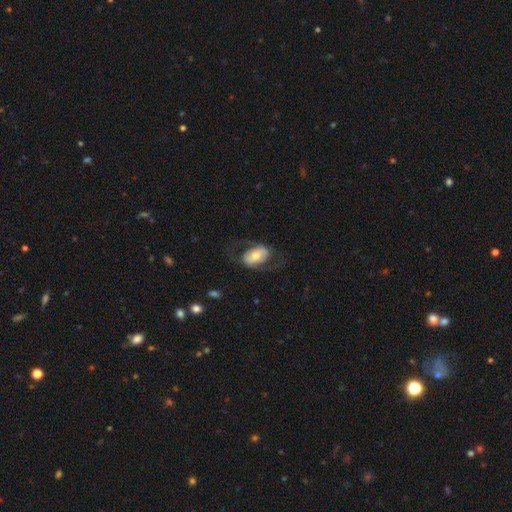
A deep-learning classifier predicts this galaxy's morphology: smooth_or_featured: smooth (p=0.49) [alt: featured or disk p=0.45]
merging: none (p=0.62) [alt: major disturbance p=0.21]